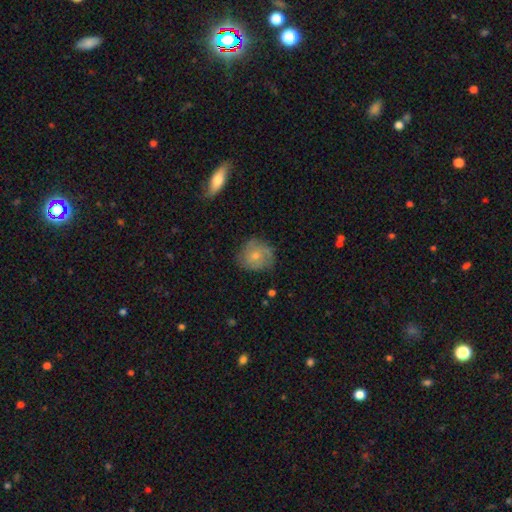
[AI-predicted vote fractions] Overall: smooth (54%; featured or disk 38%). How rounded: round (80%). Merging: none (67%).